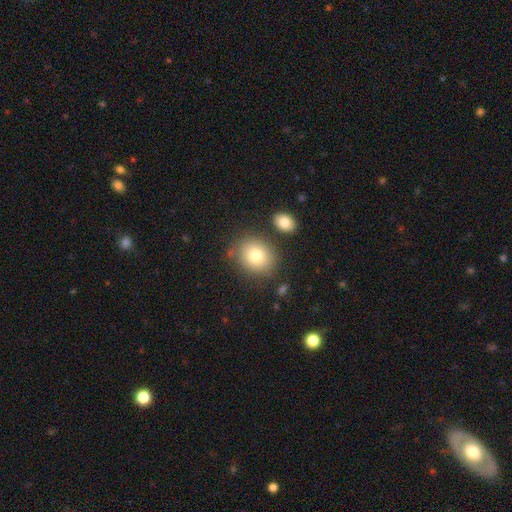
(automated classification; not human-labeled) smooth 79%, featured or disk 11%, star or artifact 10%. Down the decision tree: how rounded — round (59%); merging — none (76%).